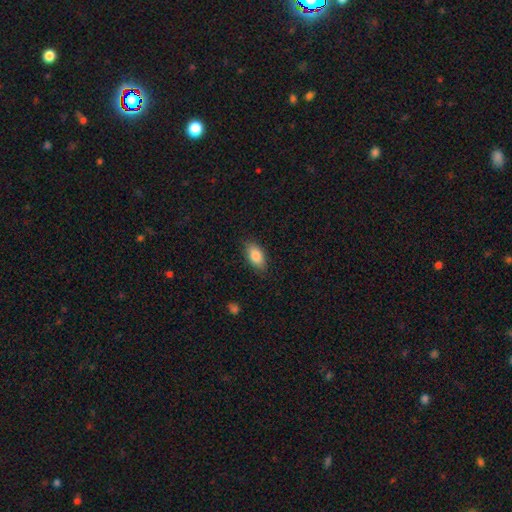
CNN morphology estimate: Smooth or featured? Predicted: smooth (p=0.85). How rounded? Predicted: in between (p=0.91). Merging? Predicted: none (p=0.85).